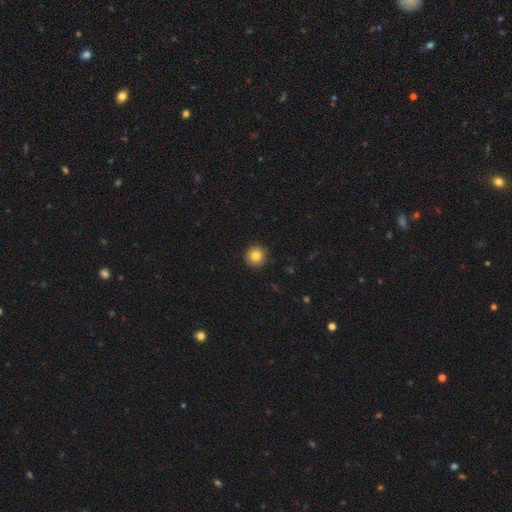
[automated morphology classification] A smooth galaxy with no disk features (83%) that is round (96%). Merging: none (92%).